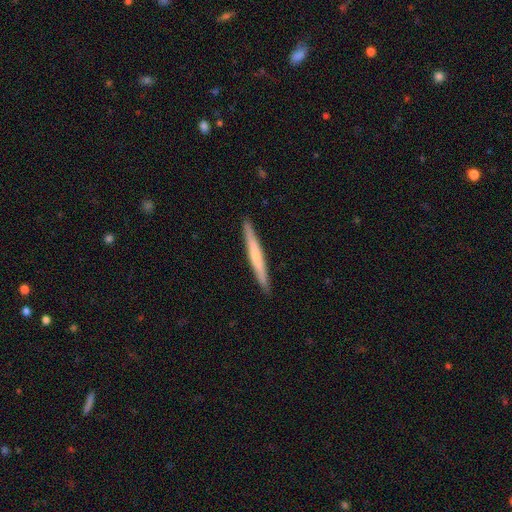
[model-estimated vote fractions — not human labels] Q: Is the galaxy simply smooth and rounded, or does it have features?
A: smooth — 55%.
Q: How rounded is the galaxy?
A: cigar-shaped — 97%.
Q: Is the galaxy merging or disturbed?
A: none — 92%.